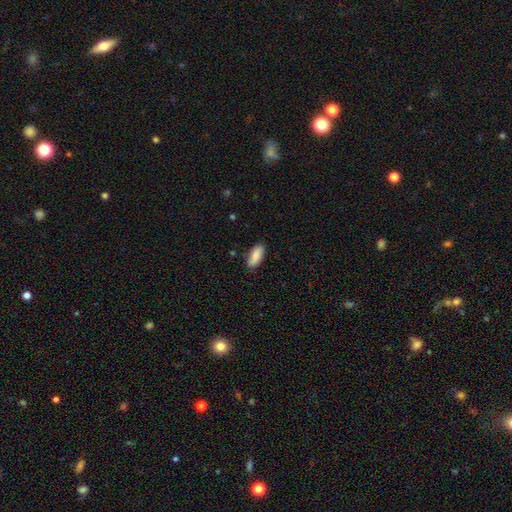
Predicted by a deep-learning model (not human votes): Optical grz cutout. It shows a smooth galaxy with no disk features (86%) that is in between round and cigar-shaped (81%). Merging: none (83%).